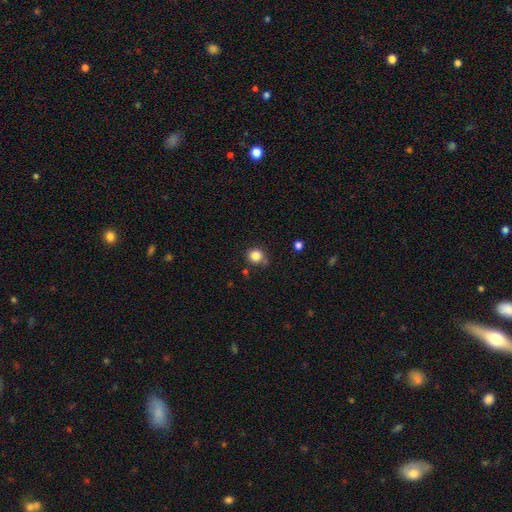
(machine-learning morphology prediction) Smooth or featured?
  - smooth: 84% *
  - star or artifact: 12%
  - featured or disk: 5%
How rounded?
  - round: 89% *
  - in between: 10%
  - cigar-shaped: 1%
Merging?
  - none: 74% *
  - minor disturbance: 15%
  - merger: 7%
  - major disturbance: 4%